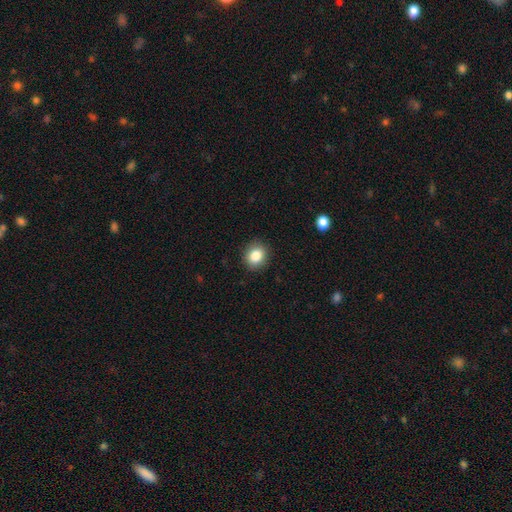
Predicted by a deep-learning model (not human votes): This appears to be a smooth galaxy with no disk features (84%) that is round (70%). Merging: none (89%).